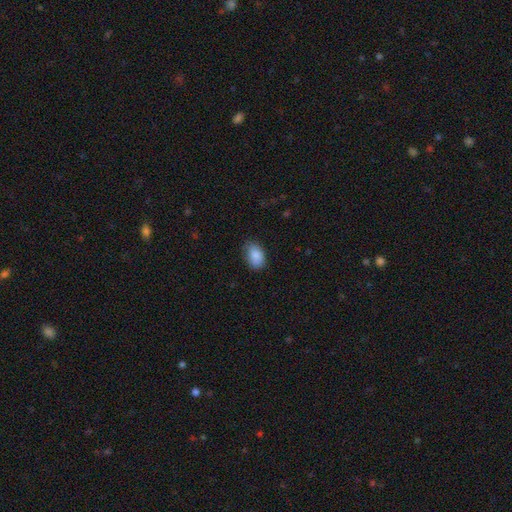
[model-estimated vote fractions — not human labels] This is clearly a smooth galaxy (88%). How rounded: clearly in between (87%). Merging: likely none (73%).